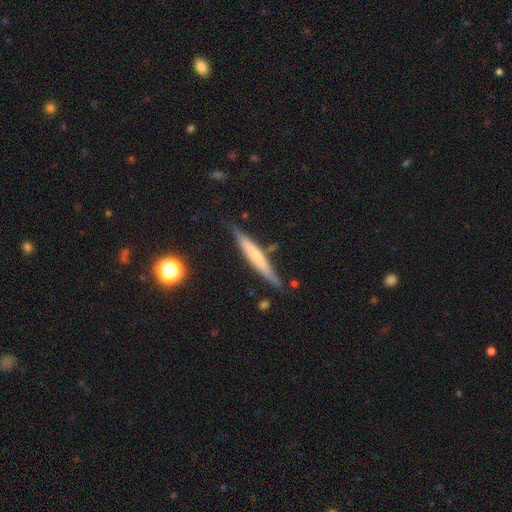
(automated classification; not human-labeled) smooth-or-featured: featured or disk: 47% | smooth: 46% | star or artifact: 7%
  merging: none: 80% | minor disturbance: 14% | merger: 3% | major disturbance: 3%